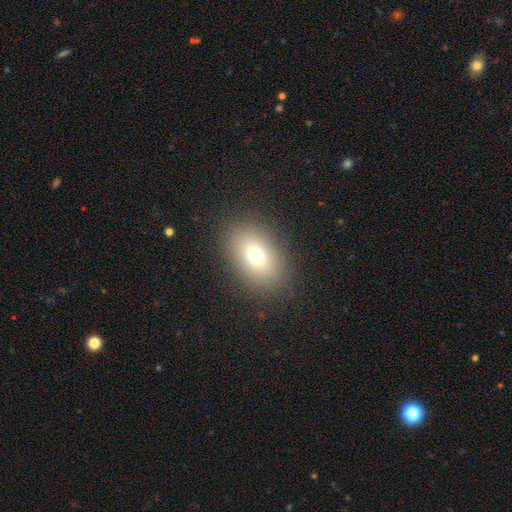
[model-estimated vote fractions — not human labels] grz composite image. It shows a smooth galaxy with no disk features (73%) that is in between round and cigar-shaped (83%). Merging: none (86%).